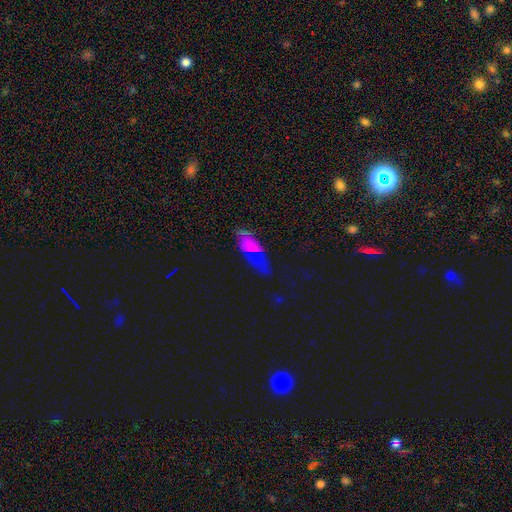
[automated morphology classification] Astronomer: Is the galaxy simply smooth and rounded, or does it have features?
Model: star or artifact — 38% (runner-up: smooth, 37%).